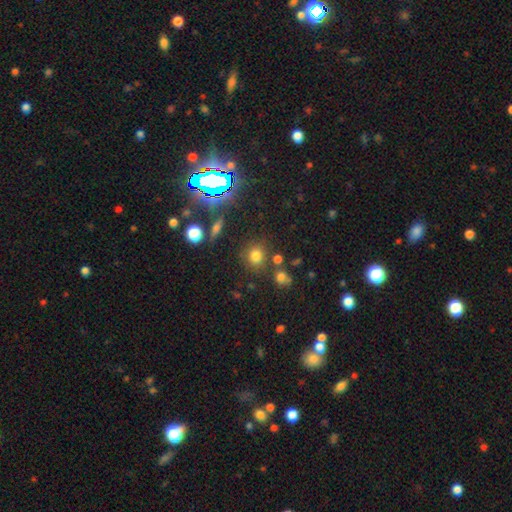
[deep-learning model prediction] Smooth or featured: smooth — 73% (star or artifact — 19%)
How rounded: round — 81% (in between — 18%)
Merging: none — 78% (minor disturbance — 10%)